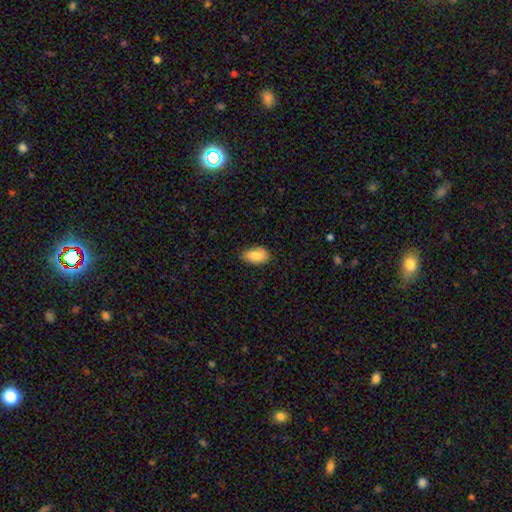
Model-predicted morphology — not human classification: Smooth or featured? Predicted: smooth (p=0.84). How rounded? Predicted: in between (p=0.92). Merging? Predicted: none (p=0.78).